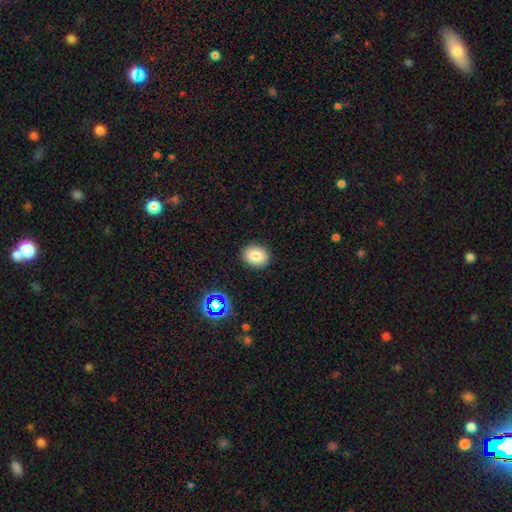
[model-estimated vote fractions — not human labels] smooth_or_featured: smooth (p=0.80) [alt: star or artifact p=0.11]
how_rounded: in between (p=0.50) [alt: round p=0.49]
merging: none (p=0.89) [alt: minor disturbance p=0.07]